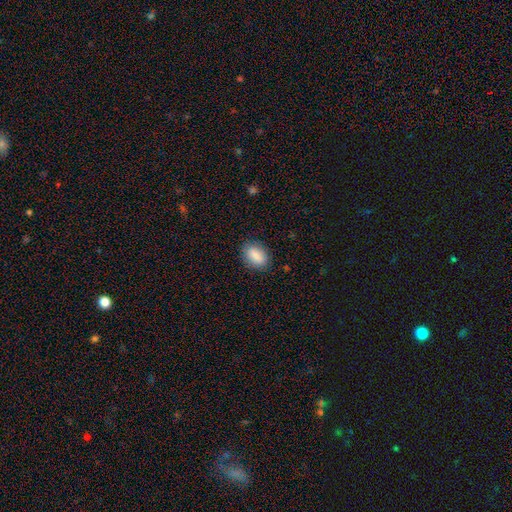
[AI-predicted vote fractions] Smooth or featured: smooth — 87% (star or artifact — 7%)
How rounded: in between — 86% (round — 11%)
Merging: none — 84% (minor disturbance — 12%)